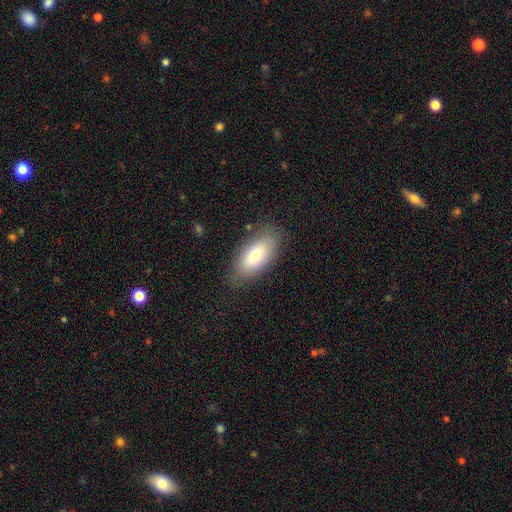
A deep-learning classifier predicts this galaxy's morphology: smooth-or-featured: smooth: 71% | featured or disk: 21% | star or artifact: 8%
  how-rounded: in between: 89% | cigar-shaped: 7% | round: 4%
  merging: none: 80% | minor disturbance: 14% | major disturbance: 4% | merger: 1%